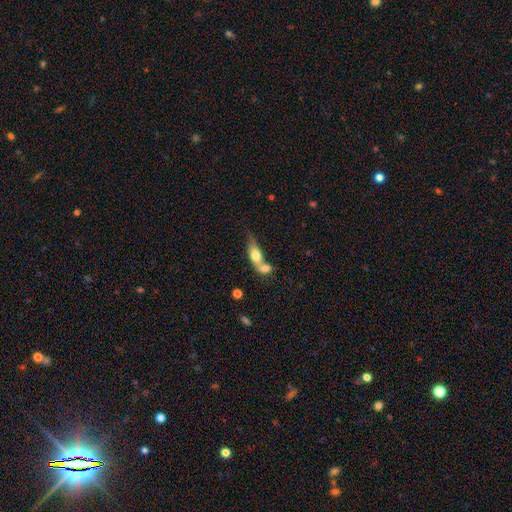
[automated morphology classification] A smooth galaxy with no disk features (66%) that is in between round and cigar-shaped (68%). Merging: merger (69%).